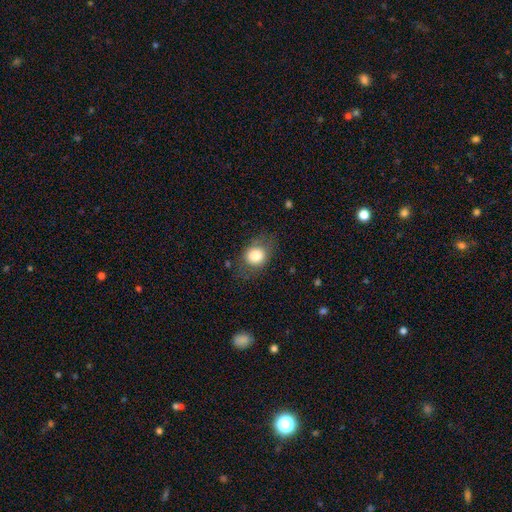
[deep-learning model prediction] This is likely a smooth galaxy (79%). How rounded: possibly round (54%). Merging: likely none (69%).